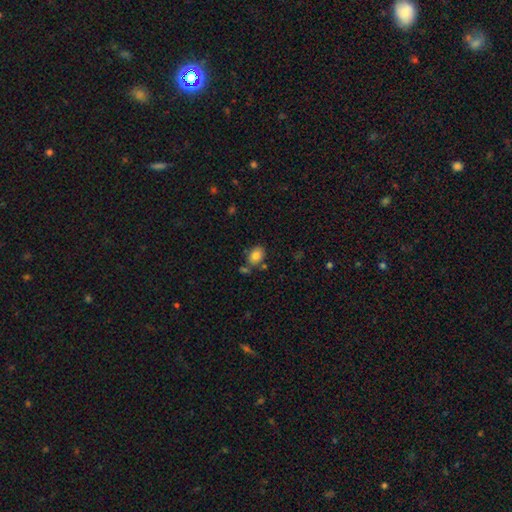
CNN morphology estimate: smooth_or_featured: smooth (p=0.83) [alt: star or artifact p=0.09]
how_rounded: in between (p=0.70) [alt: round p=0.29]
merging: none (p=0.69) [alt: minor disturbance p=0.15]